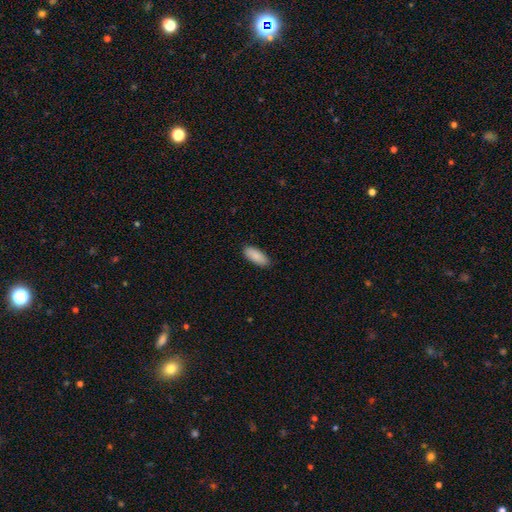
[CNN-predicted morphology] Q: Smooth or featured?
A: smooth (89%); runner-up: star or artifact (6%)
Q: How rounded?
A: in between (84%); runner-up: cigar-shaped (15%)
Q: Merging?
A: none (88%); runner-up: minor disturbance (9%)